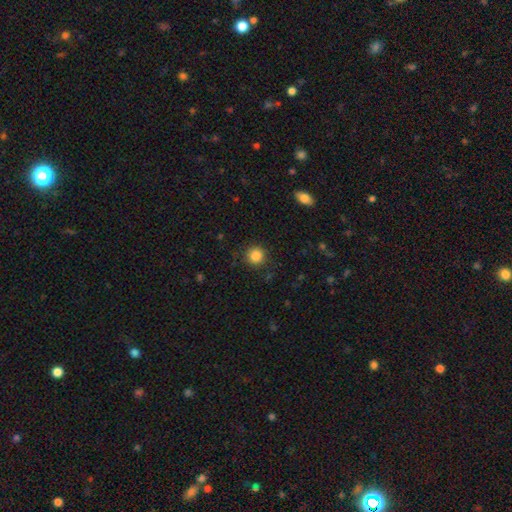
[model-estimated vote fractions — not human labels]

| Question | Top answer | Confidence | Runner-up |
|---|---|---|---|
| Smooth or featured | smooth | 85% | star or artifact (11%) |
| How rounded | round | 93% | in between (6%) |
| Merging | none | 88% | minor disturbance (8%) |